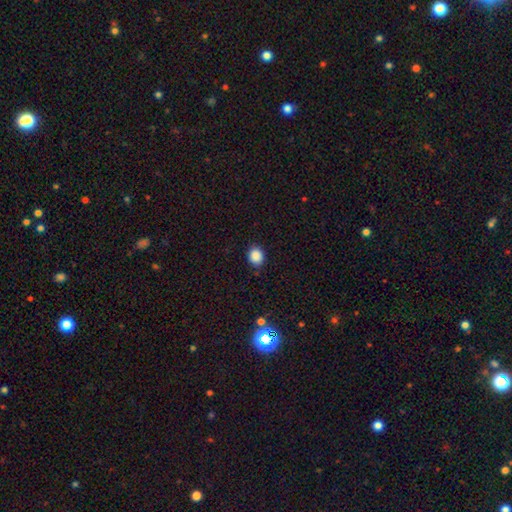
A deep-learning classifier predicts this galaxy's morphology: Smooth or featured? Predicted: smooth (p=0.87). How rounded? Predicted: round (p=0.67). Merging? Predicted: none (p=0.87).